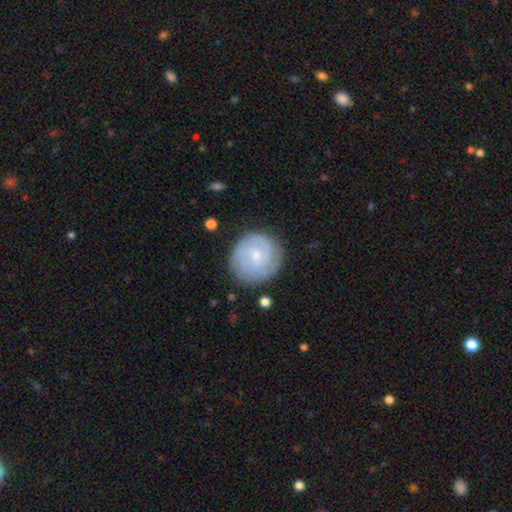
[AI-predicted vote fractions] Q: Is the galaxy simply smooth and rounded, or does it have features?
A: featured or disk — 56%.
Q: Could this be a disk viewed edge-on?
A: no — 98%.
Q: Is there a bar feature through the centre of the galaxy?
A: no — 53%.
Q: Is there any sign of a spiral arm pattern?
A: yes — 85%.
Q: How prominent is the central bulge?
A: small — 66%.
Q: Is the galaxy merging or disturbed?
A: none — 80%.